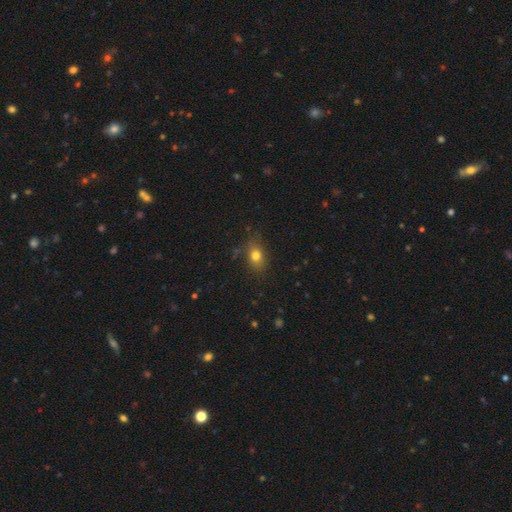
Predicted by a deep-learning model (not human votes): Overall: smooth (77%). How rounded: in between (67%; round 30%). Merging: none (77%).